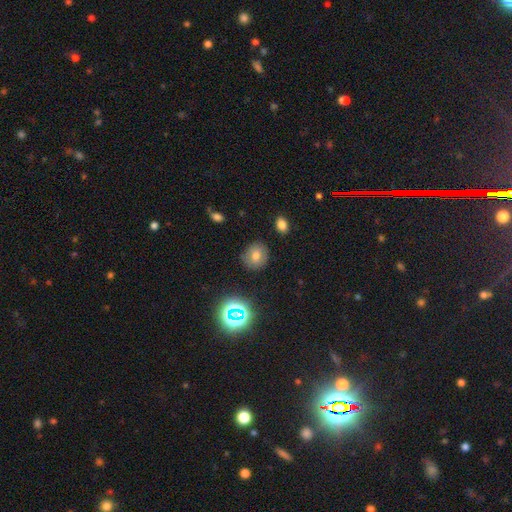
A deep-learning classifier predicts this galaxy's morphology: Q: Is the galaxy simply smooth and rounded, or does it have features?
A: smooth — 69%.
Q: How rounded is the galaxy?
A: round — 78%.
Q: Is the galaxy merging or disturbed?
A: none — 85%.